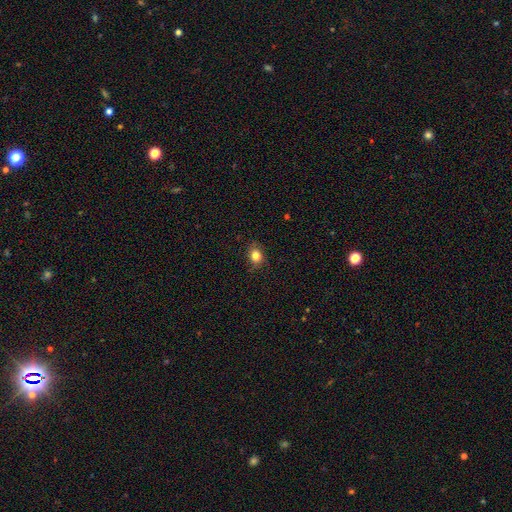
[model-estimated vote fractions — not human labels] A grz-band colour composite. It shows a smooth galaxy with no disk features (82%) that is round (57%). Merging: none (82%).